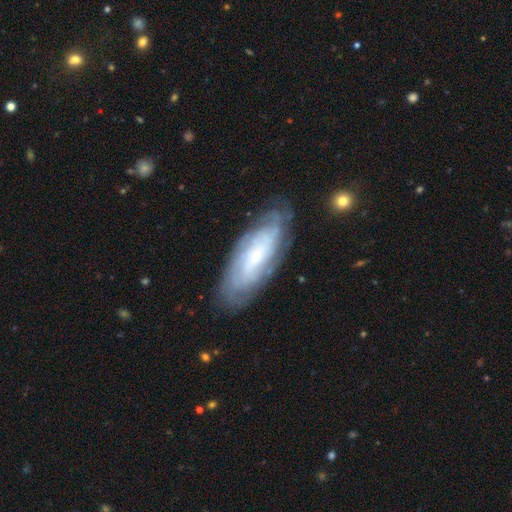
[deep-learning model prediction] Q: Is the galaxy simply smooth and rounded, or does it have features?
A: featured or disk — 69%.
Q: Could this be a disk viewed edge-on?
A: no — 87%.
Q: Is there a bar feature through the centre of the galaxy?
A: no — 64%.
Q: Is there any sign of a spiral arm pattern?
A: yes — 89%.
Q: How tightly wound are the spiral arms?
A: tight — 69%.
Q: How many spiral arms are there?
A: can't tell — 59%.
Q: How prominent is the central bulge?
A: small — 62%.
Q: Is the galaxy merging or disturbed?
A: none — 76%.